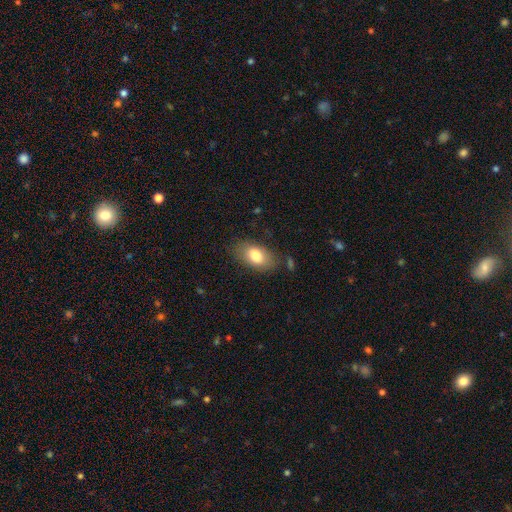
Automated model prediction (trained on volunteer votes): This is likely a smooth galaxy (79%). How rounded: clearly in between (91%). Merging: likely none (77%).